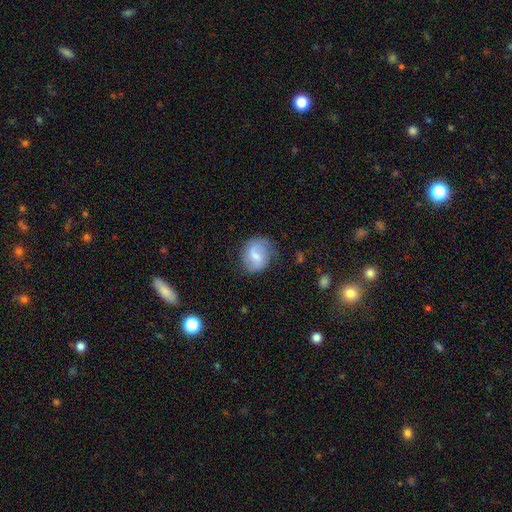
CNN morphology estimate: type=featured or disk (55%); edge-on=no (97%); bar=weak (56%); spiral arms=yes (81%); bulge=small (41%); merging=none (66%).